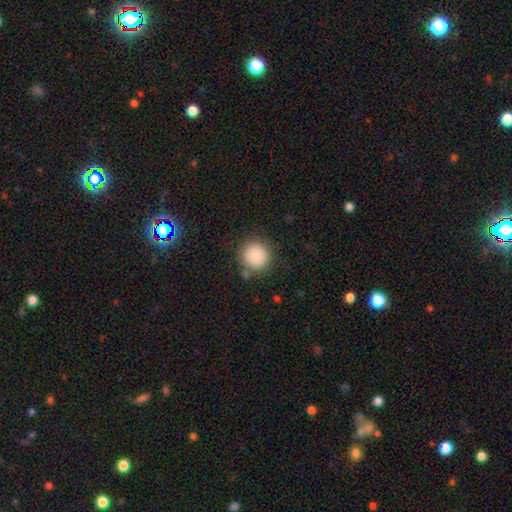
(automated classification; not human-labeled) A smooth galaxy with no disk features (88%) that is round (94%). Merging: none (85%).